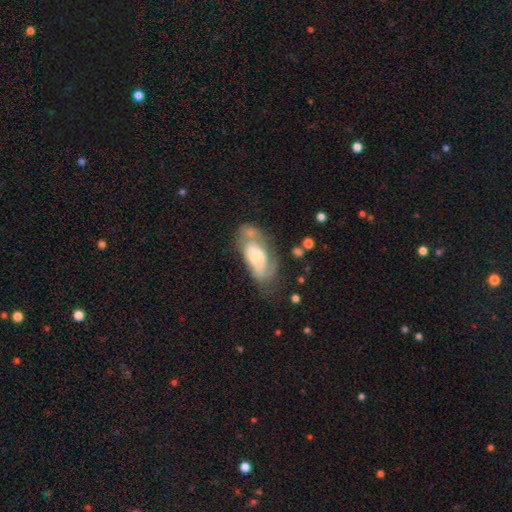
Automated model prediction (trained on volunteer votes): Q: Smooth or featured?
A: smooth (47%); tied with: featured or disk (47%)
Q: Merging?
A: none (36%); runner-up: minor disturbance (25%)